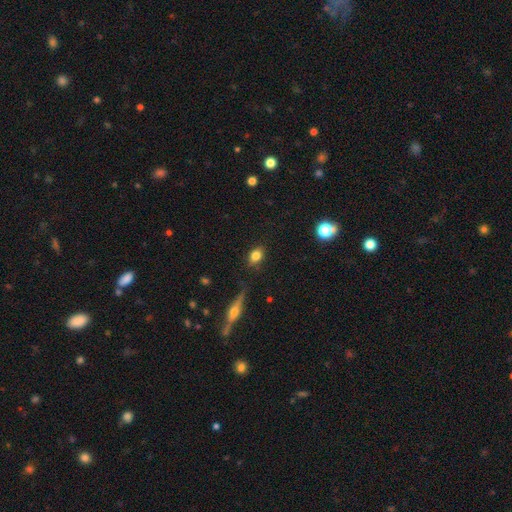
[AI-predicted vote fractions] Smooth or featured: smooth — 80% (featured or disk — 10%)
How rounded: in between — 65% (round — 32%)
Merging: none — 83% (minor disturbance — 12%)